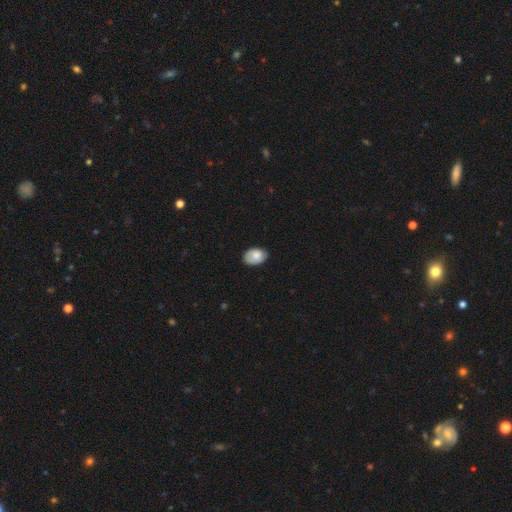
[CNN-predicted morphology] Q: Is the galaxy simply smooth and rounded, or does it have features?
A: smooth — 74%.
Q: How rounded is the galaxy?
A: in between — 82%.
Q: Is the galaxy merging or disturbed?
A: none — 71%.